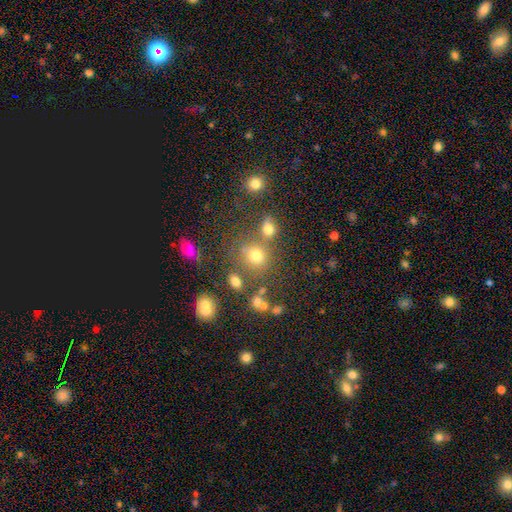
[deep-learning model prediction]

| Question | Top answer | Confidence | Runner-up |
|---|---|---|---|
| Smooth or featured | smooth | 69% | star or artifact (20%) |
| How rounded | round | 73% | in between (26%) |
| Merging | none | 59% | merger (21%) |